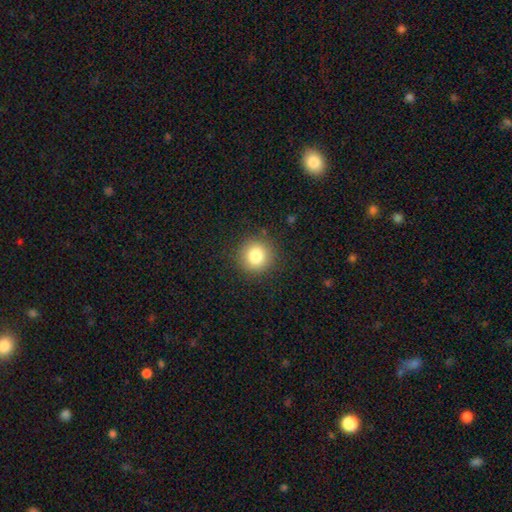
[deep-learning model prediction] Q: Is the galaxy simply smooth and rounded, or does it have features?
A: smooth — 81%.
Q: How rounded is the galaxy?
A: round — 94%.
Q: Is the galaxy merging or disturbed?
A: none — 90%.